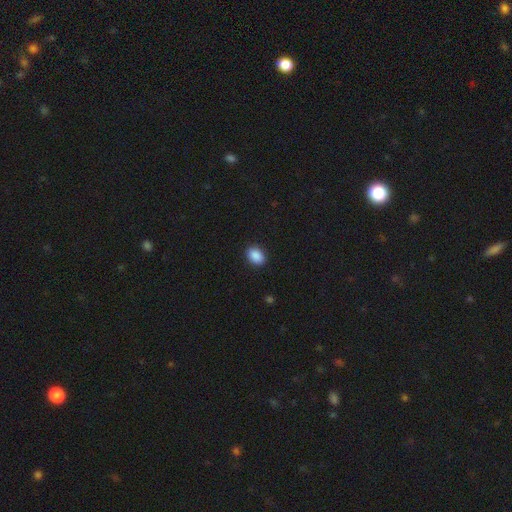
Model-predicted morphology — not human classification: Smooth or featured: smooth — 90% (star or artifact — 8%)
How rounded: in between — 77% (round — 22%)
Merging: none — 90% (minor disturbance — 7%)